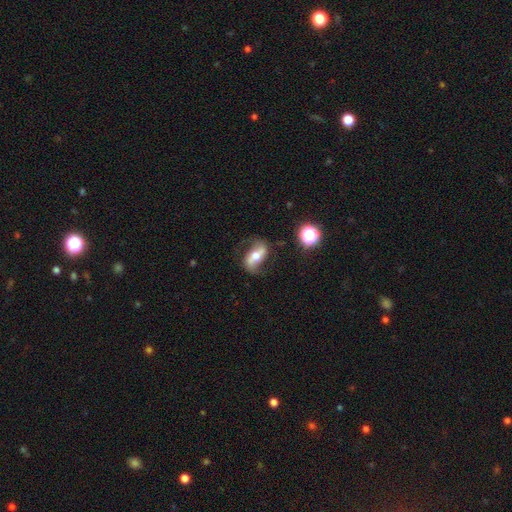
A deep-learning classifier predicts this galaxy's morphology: A featured or disk galaxy (71%) with a strong bar (43%), 2 (90%) loose (64%) spiral arms (88%) and a moderate central bulge (67%). Merging: none (72%).